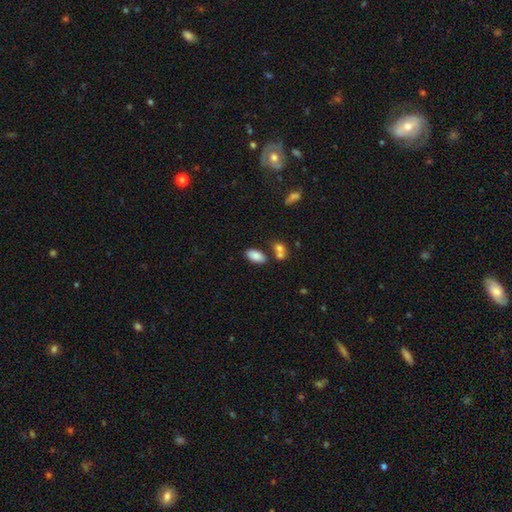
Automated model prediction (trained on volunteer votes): Morphology: type=smooth (86%); roundness=in between (93%); merging=none (69%).